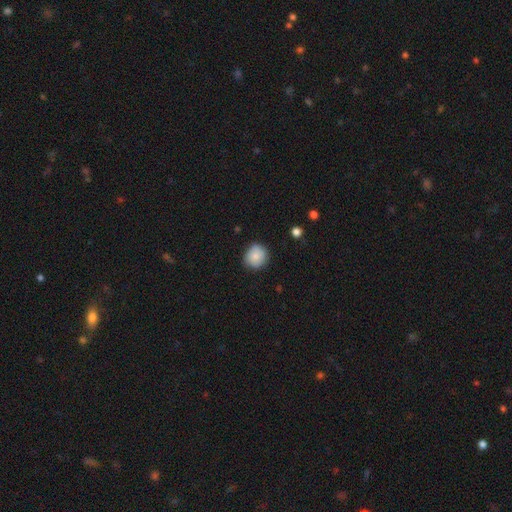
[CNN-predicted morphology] This appears to be a smooth galaxy with no disk features (83%) that is round (86%). Merging: none (79%).